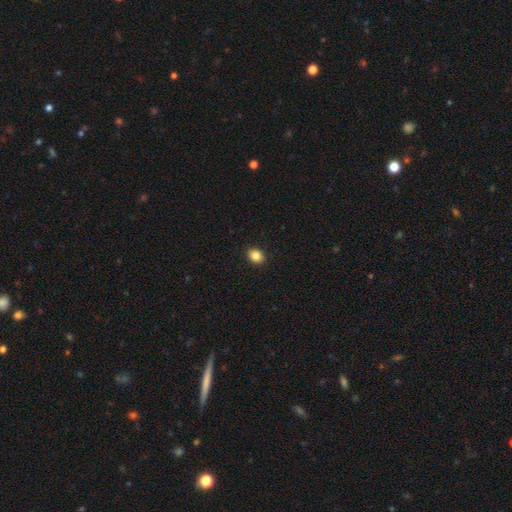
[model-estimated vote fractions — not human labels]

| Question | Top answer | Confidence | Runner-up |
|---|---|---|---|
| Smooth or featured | smooth | 85% | star or artifact (10%) |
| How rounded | in between | 54% | round (45%) |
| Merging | none | 91% | minor disturbance (6%) |